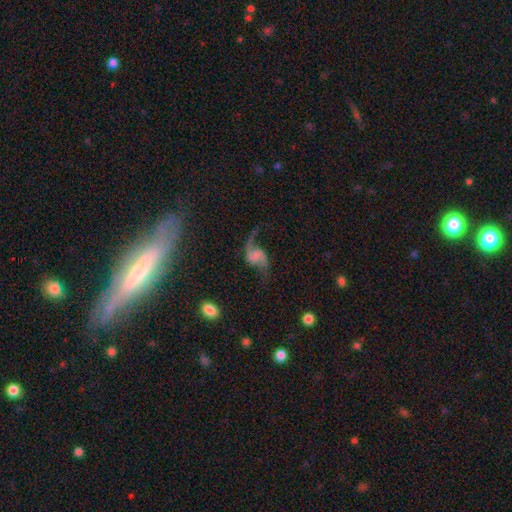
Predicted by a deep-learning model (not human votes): This appears to be a featured or disk galaxy (85%) with no bar (52%), 2 (91%) loose (85%) spiral arms (96%) and no central bulge (65%). Merging: none (66%).